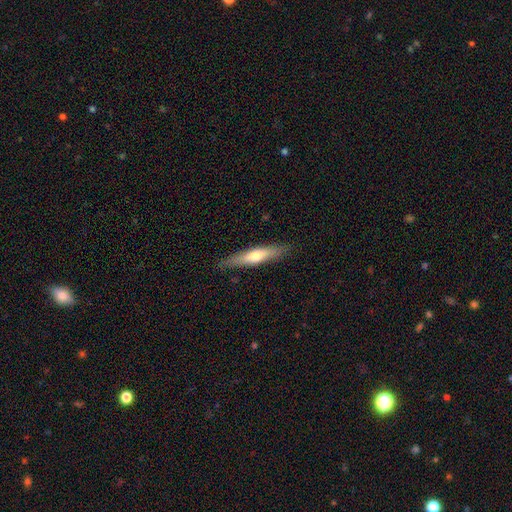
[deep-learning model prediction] A smooth galaxy with no disk features (49%). Merging: none (86%).